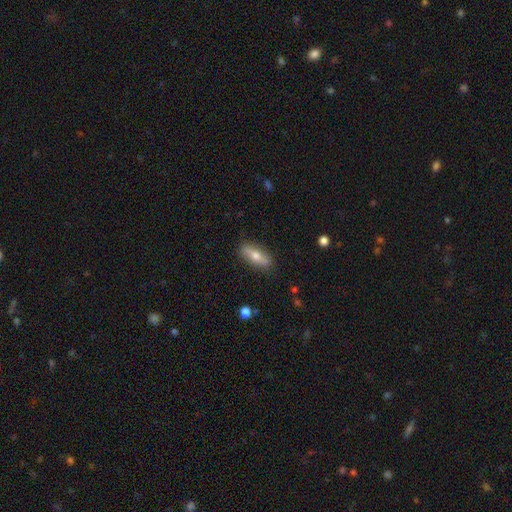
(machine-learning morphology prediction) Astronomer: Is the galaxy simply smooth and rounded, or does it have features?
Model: smooth — 58% (runner-up: featured or disk, 35%).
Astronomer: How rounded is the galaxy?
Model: in between — 59% (runner-up: cigar-shaped, 37%).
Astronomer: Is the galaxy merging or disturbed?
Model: none — 87%.